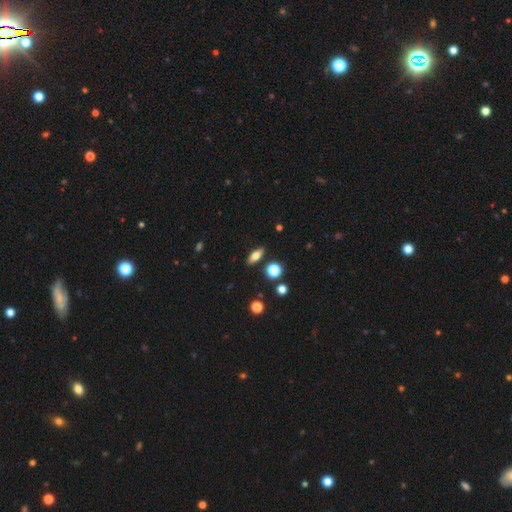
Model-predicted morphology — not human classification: type=smooth (64%); roundness=in between (69%); merging=none (86%).